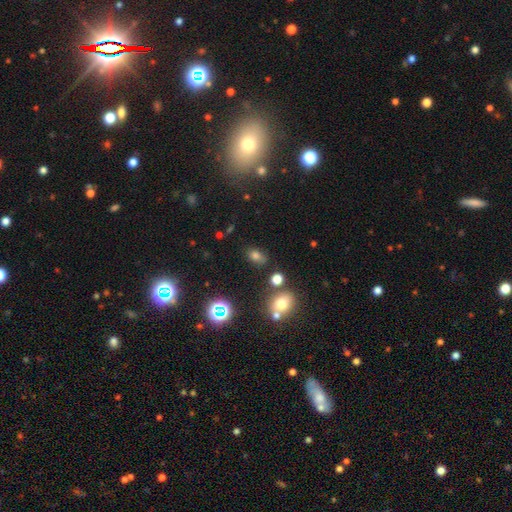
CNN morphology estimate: Overall: smooth (71%). How rounded: in between (78%). Merging: none (75%).